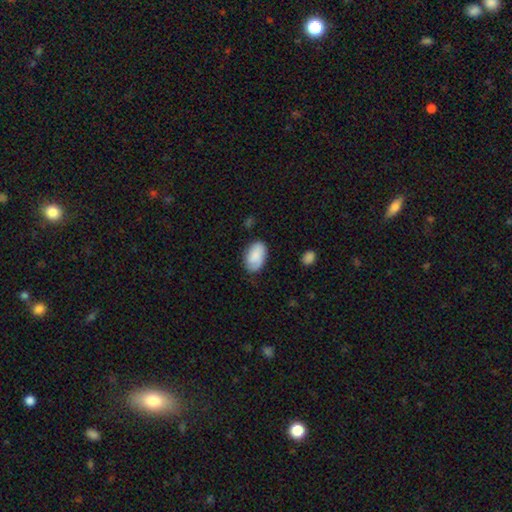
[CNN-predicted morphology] smooth-or-featured: smooth: 83% | featured or disk: 10% | star or artifact: 6%
  how-rounded: in between: 92% | round: 6% | cigar-shaped: 1%
  merging: none: 76% | minor disturbance: 19% | major disturbance: 4% | merger: 2%